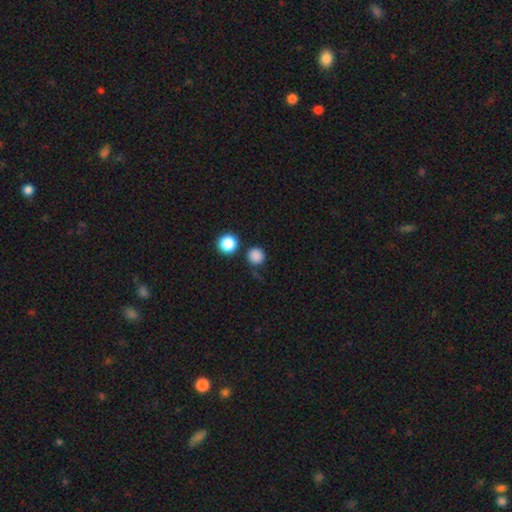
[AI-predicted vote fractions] smooth-or-featured: smooth: 83% | star or artifact: 13% | featured or disk: 3%
  how-rounded: round: 93% | in between: 6% | cigar-shaped: 1%
  merging: none: 79% | minor disturbance: 11% | merger: 6% | major disturbance: 4%